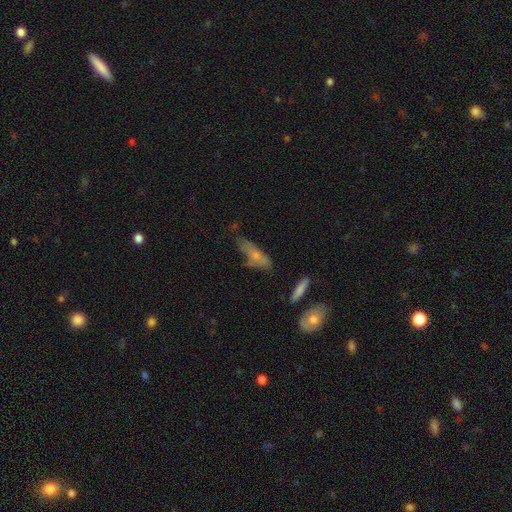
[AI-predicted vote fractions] Smooth or featured? smooth (65%)
How rounded? in between (54%)
Merging? none (48%)